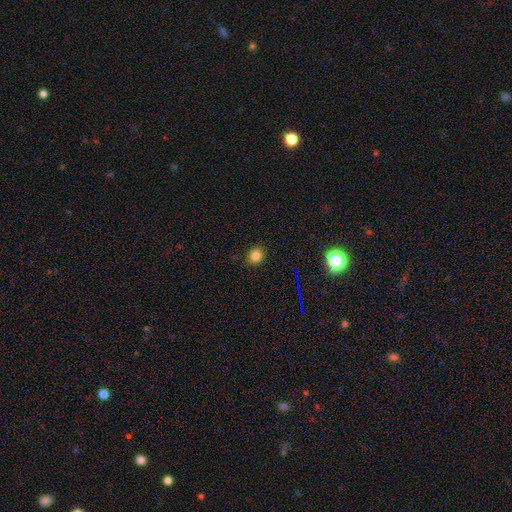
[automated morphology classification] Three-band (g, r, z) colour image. It shows a smooth galaxy with no disk features (80%) that is round (73%). Merging: none (89%).